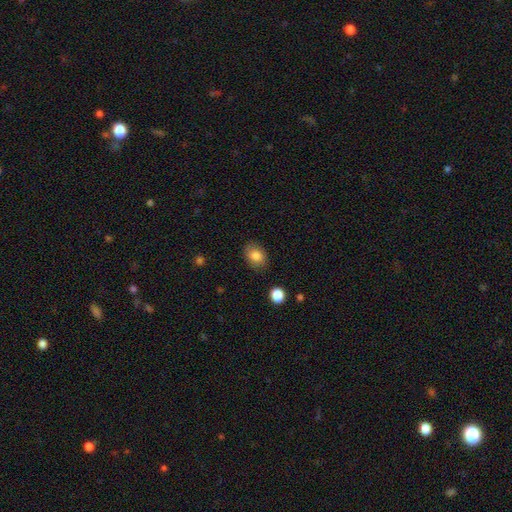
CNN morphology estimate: This is clearly a smooth galaxy (84%). How rounded: likely in between (63%). Merging: clearly none (82%).